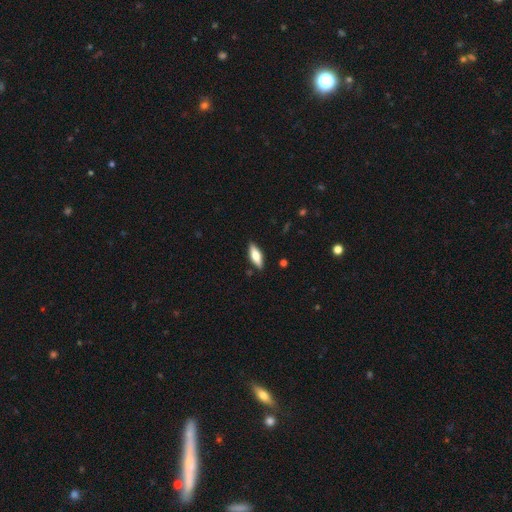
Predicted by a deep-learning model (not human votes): A smooth galaxy with no disk features (56%) that is in between round and cigar-shaped (58%).

Vote fractions:
- Smooth or featured? smooth: 56% / featured or disk: 38% / star or artifact: 6%
- How rounded? in between: 58% / cigar-shaped: 40% / round: 2%
- Merging? none: 87% / minor disturbance: 10% / major disturbance: 2% / merger: 1%